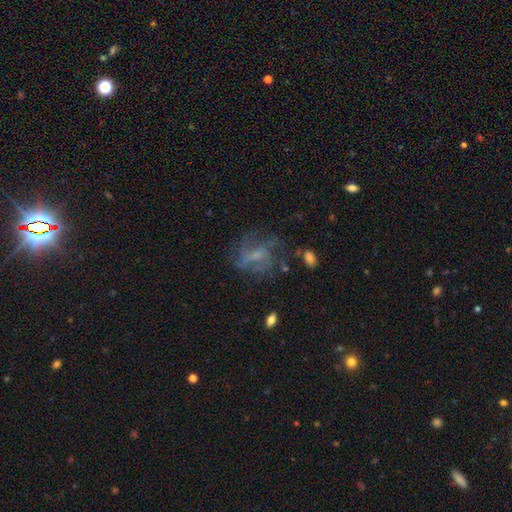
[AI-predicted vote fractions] Smooth or featured?
  - featured or disk: 63% *
  - smooth: 22%
  - star or artifact: 15%
Edge-on disk?
  - no: 96% *
  - yes: 4%
Bar?
  - weak: 45% *
  - no: 42%
  - strong: 12%
Spiral arms?
  - yes: 72% *
  - no: 28%
Bulge size?
  - small: 43% *
  - moderate: 27%
  - none: 26%
  - large: 3%
  - dominant: 1%
Merging?
  - none: 54% *
  - major disturbance: 23%
  - minor disturbance: 19%
  - merger: 4%